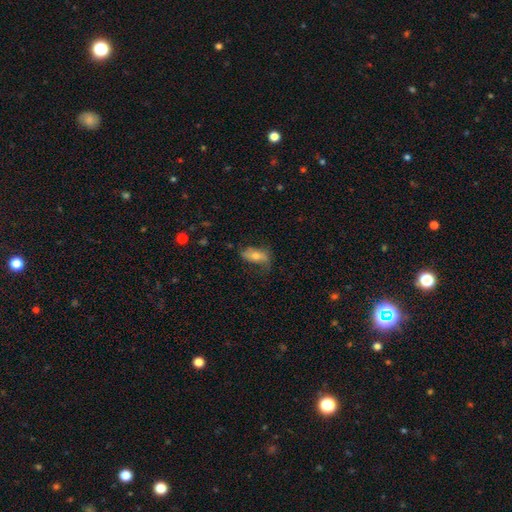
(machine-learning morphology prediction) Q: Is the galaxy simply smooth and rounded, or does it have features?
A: smooth — 53%.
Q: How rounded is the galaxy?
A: in between — 82%.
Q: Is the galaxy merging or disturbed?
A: none — 51%.